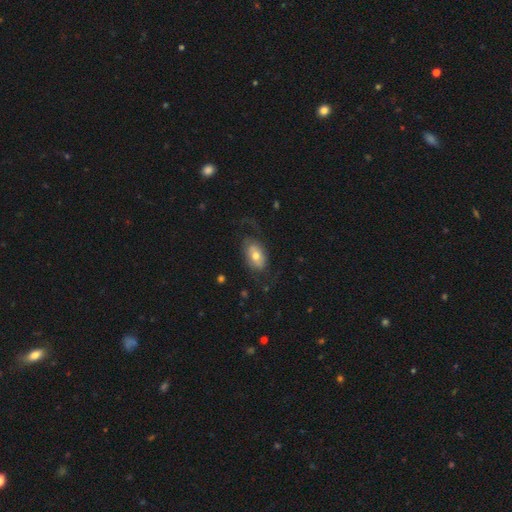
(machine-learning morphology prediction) A smooth galaxy with no disk features (56%) that is in between round and cigar-shaped (90%).

Vote fractions:
- Smooth or featured? smooth: 56% / featured or disk: 37% / star or artifact: 7%
- How rounded? in between: 90% / round: 8% / cigar-shaped: 2%
- Merging? none: 54% / major disturbance: 24% / minor disturbance: 21% / merger: 2%